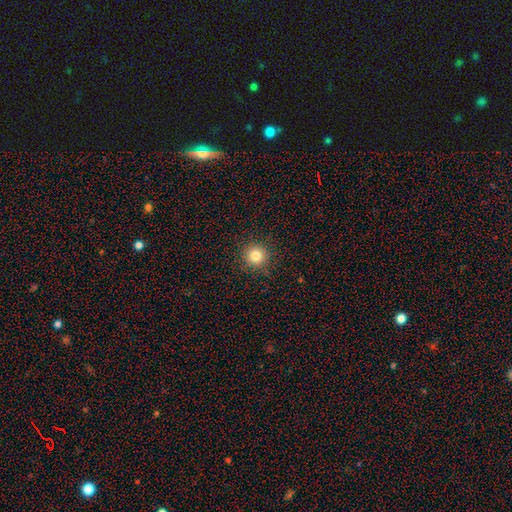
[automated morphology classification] type=smooth (81%); roundness=round (95%); merging=none (91%).